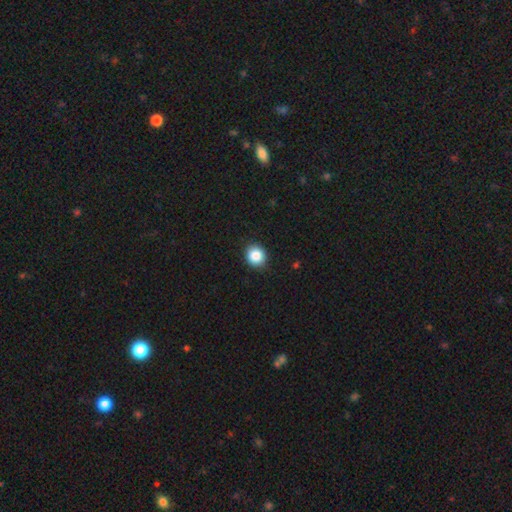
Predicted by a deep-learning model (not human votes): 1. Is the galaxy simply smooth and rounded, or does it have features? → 87% smooth, 9% star or artifact, 4% featured or disk.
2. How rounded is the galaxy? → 82% round, 17% in between, 1% cigar-shaped.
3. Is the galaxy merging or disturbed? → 90% none, 7% minor disturbance, 2% major disturbance, 1% merger.